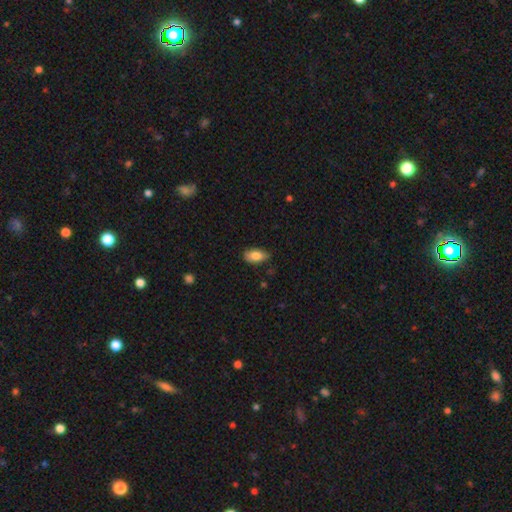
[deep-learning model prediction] Smooth or featured: smooth — 81% (featured or disk — 12%)
How rounded: in between — 91% (round — 5%)
Merging: none — 69% (minor disturbance — 26%)